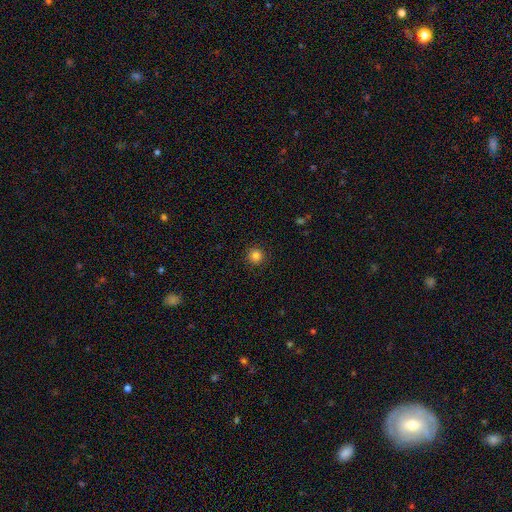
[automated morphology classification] A smooth galaxy with no disk features (82%) that is round (95%). Merging: none (92%).